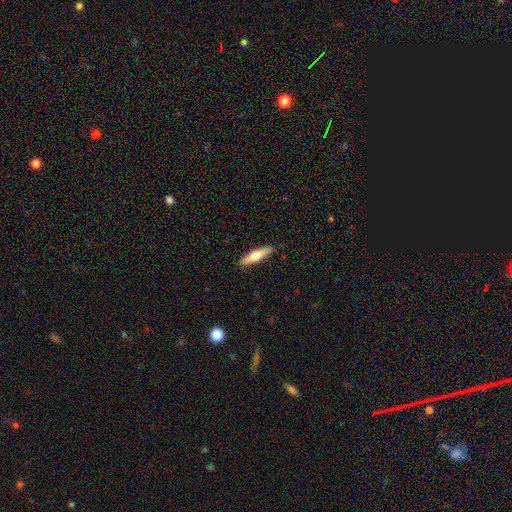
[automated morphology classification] Smooth or featured?
  - smooth: 55% *
  - featured or disk: 39%
  - star or artifact: 5%
How rounded?
  - cigar-shaped: 74% *
  - in between: 24%
  - round: 2%
Merging?
  - none: 88% *
  - minor disturbance: 9%
  - major disturbance: 2%
  - merger: 1%